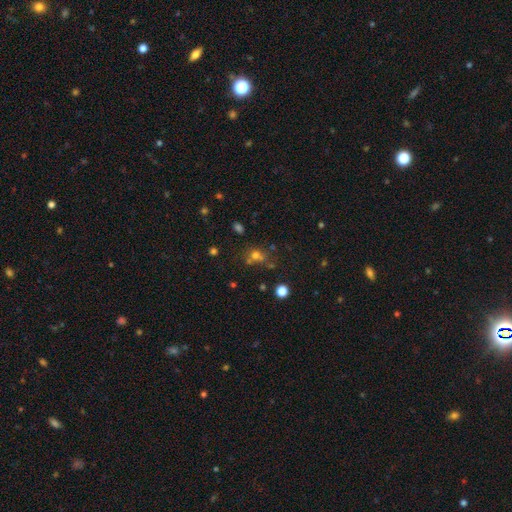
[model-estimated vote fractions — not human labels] Overall: smooth (62%; star or artifact 25%). How rounded: round (72%). Merging: none (51%; merger 29%).